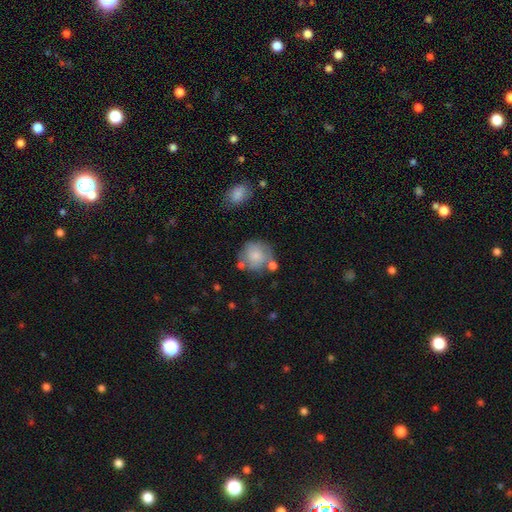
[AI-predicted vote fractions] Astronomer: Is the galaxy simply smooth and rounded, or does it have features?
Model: smooth — 71%.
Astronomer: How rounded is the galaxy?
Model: round — 87%.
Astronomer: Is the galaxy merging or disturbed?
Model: none — 55%.